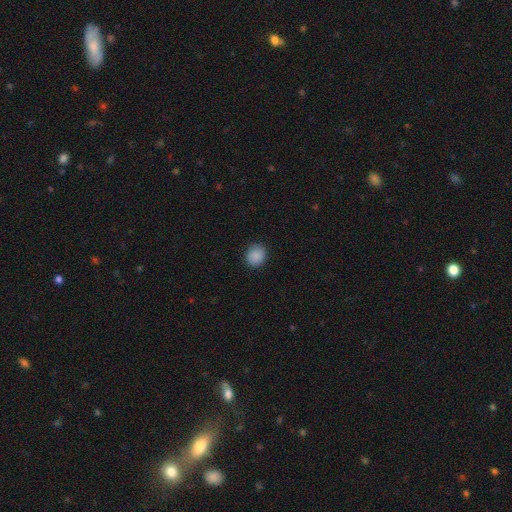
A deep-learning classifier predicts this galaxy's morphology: This is clearly a smooth galaxy (89%). How rounded: likely round (74%). Merging: clearly none (89%).